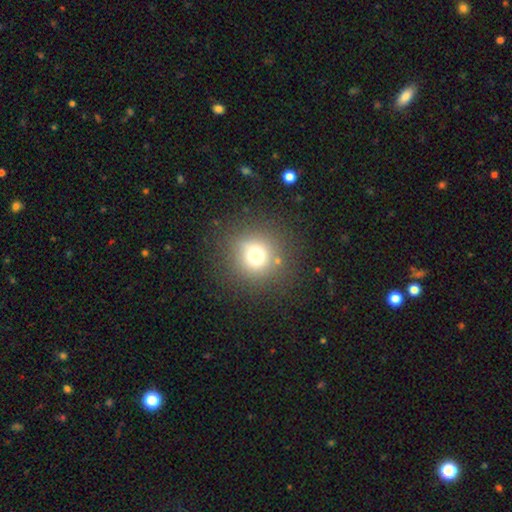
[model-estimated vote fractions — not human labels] smooth_or_featured: smooth (p=0.69) [alt: star or artifact p=0.20]
how_rounded: round (p=0.93) [alt: in between p=0.06]
merging: none (p=0.84) [alt: minor disturbance p=0.09]